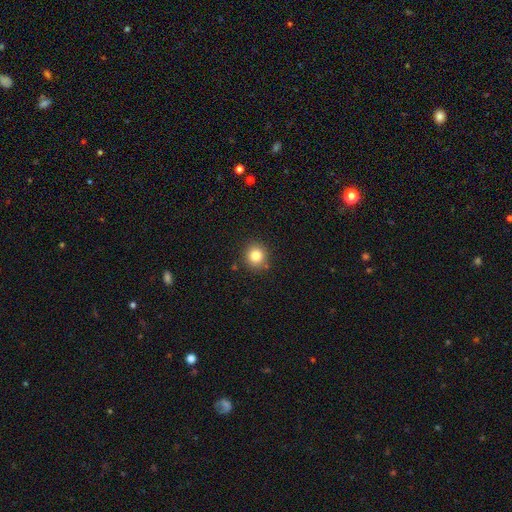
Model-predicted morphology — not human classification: Smooth or featured? Predicted: smooth (p=0.82). How rounded? Predicted: round (p=0.90). Merging? Predicted: none (p=0.88).